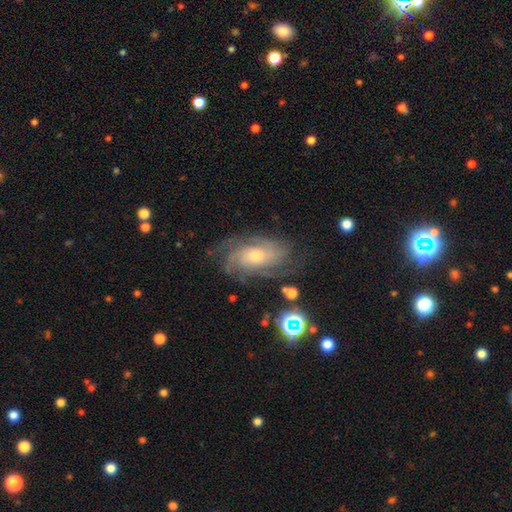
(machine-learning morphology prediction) Smooth or featured?
  - featured or disk: 84% *
  - smooth: 9%
  - star or artifact: 7%
Edge-on disk?
  - no: 95% *
  - yes: 5%
Bar?
  - no: 71% *
  - weak: 25%
  - strong: 5%
Spiral arms?
  - yes: 96% *
  - no: 4%
Spiral winding?
  - tight: 61% *
  - medium: 32%
  - loose: 8%
Spiral arm count?
  - can't tell: 34% *
  - 4: 20%
  - 3: 19%
  - 2: 13%
  - more than 4: 8%
  - 1: 6%
Bulge size?
  - moderate: 48% *
  - small: 44%
  - large: 4%
  - none: 2%
  - dominant: 1%
Merging?
  - none: 73% *
  - minor disturbance: 17%
  - major disturbance: 8%
  - merger: 2%